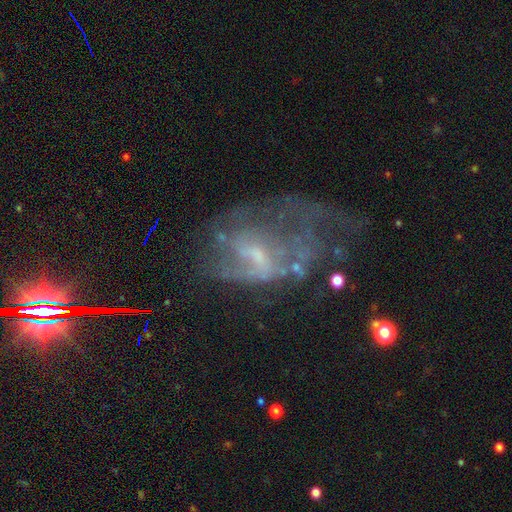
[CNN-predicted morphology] This appears to be a featured or disk galaxy (67%) with no bar (51%), no spiral arms (53%) and a small central bulge (49%). Merging: major disturbance (47%).